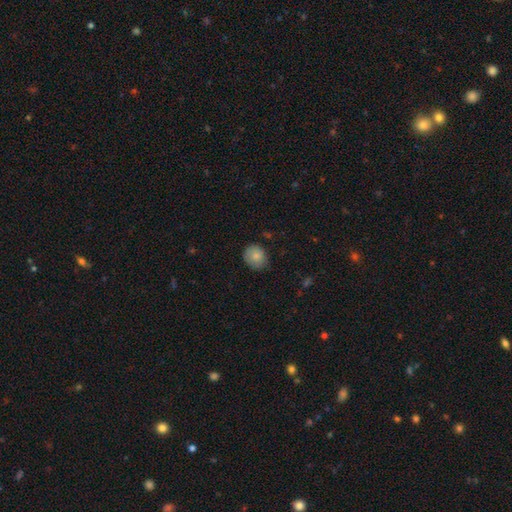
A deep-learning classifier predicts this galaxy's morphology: Smooth or featured? Predicted: smooth (p=0.82). How rounded? Predicted: round (p=0.73). Merging? Predicted: none (p=0.75).